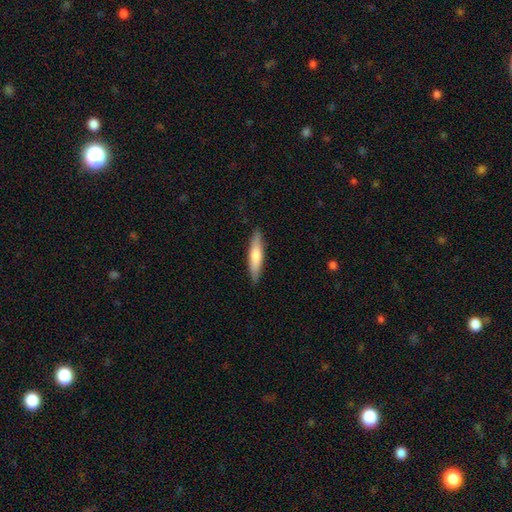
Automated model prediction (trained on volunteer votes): The model was most divided on "smooth or featured": smooth: 67%, featured or disk: 28%, star or artifact: 5%. More confident: merging — none (88%); how rounded — cigar-shaped (81%).